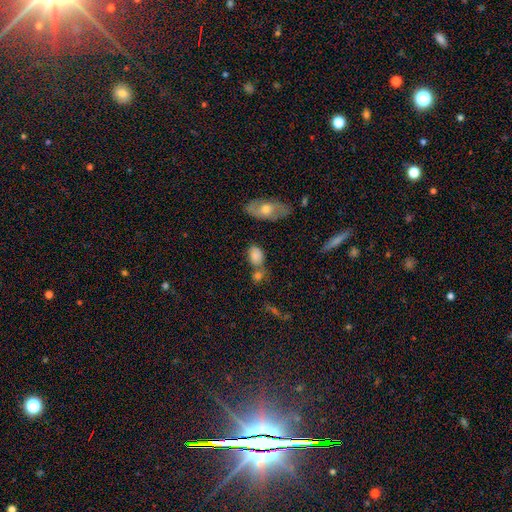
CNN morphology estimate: smooth_or_featured: smooth (p=0.81) [alt: featured or disk p=0.10]
how_rounded: in between (p=0.81) [alt: round p=0.16]
merging: none (p=0.51) [alt: merger p=0.28]